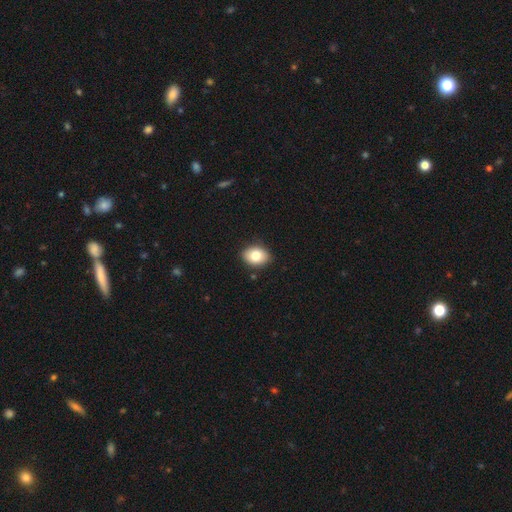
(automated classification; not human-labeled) Smooth or featured? Predicted: smooth (p=0.81). How rounded? Predicted: in between (p=0.71). Merging? Predicted: none (p=0.88).